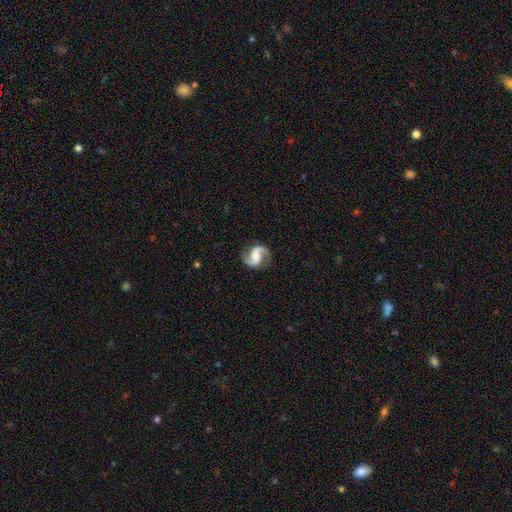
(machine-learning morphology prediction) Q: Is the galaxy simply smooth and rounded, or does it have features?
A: featured or disk — 91%.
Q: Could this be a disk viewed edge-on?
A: no — 98%.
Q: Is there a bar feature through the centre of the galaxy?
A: weak — 42%.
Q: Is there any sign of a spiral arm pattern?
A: yes — 98%.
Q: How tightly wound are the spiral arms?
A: medium — 51%.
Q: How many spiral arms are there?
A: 2 — 94%.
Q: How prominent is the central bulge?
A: moderate — 48%.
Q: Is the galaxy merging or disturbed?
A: none — 85%.